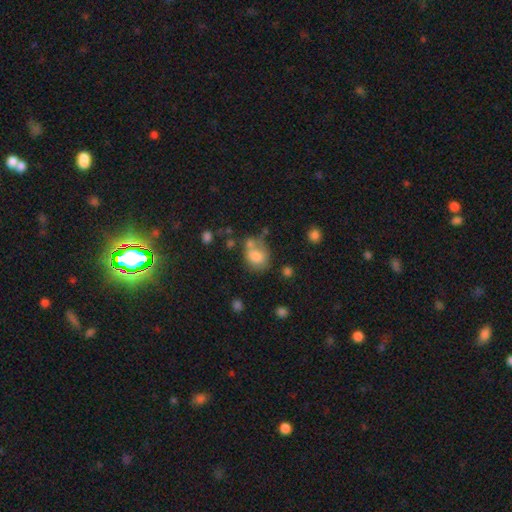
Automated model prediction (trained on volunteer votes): Smooth or featured? smooth (77%)
How rounded? round (60%)
Merging? none (44%)